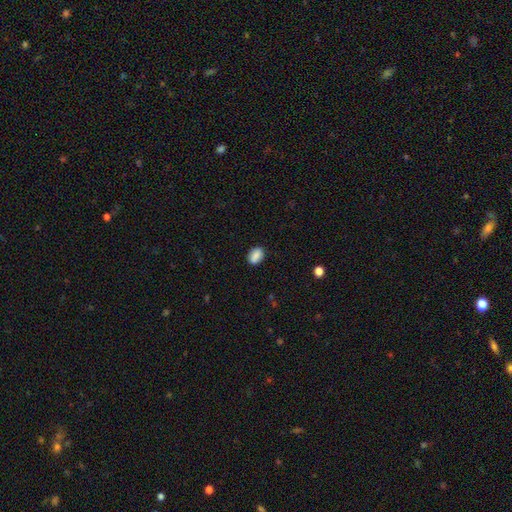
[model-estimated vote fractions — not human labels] smooth-or-featured: smooth: 85% | star or artifact: 8% | featured or disk: 7%
  how-rounded: in between: 79% | round: 19% | cigar-shaped: 2%
  merging: none: 84% | minor disturbance: 12% | major disturbance: 3% | merger: 2%